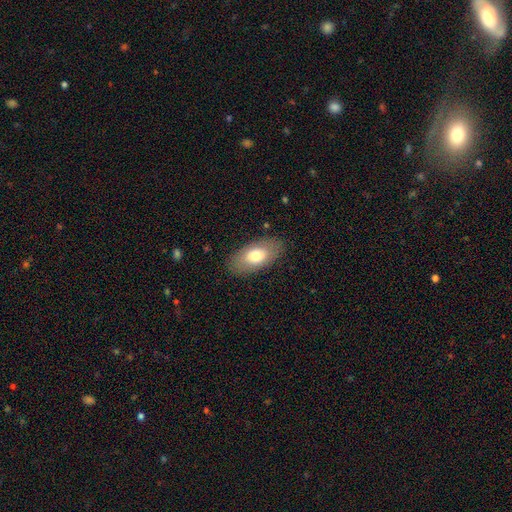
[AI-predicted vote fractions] smooth_or_featured: smooth (p=0.71) [alt: featured or disk p=0.22]
how_rounded: in between (p=0.93) [alt: round p=0.04]
merging: none (p=0.84) [alt: minor disturbance p=0.11]